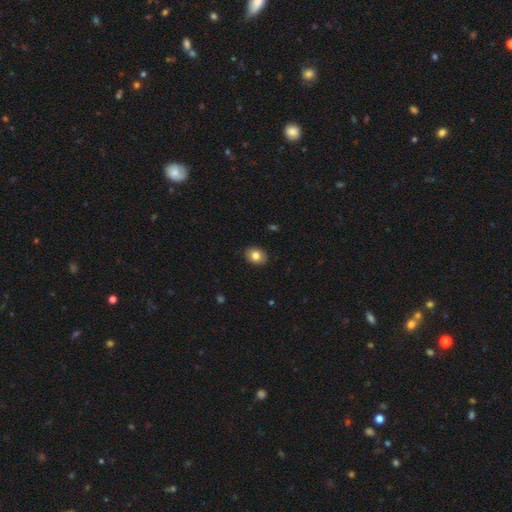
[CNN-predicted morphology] This appears to be a smooth galaxy with no disk features (83%) that is in between round and cigar-shaped (57%). Merging: none (90%).